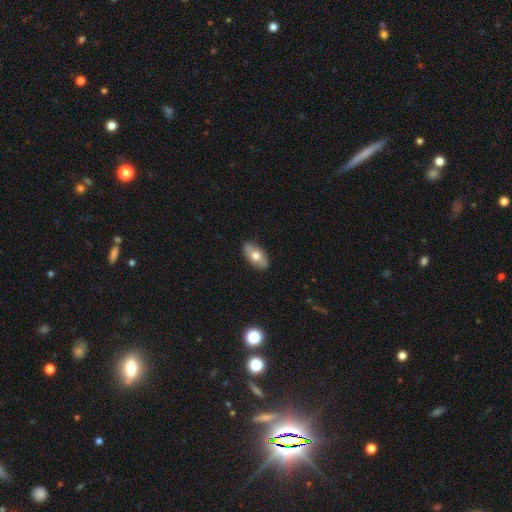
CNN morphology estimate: Smooth or featured? Predicted: smooth (p=0.63). How rounded? Predicted: in between (p=0.92). Merging? Predicted: none (p=0.86).